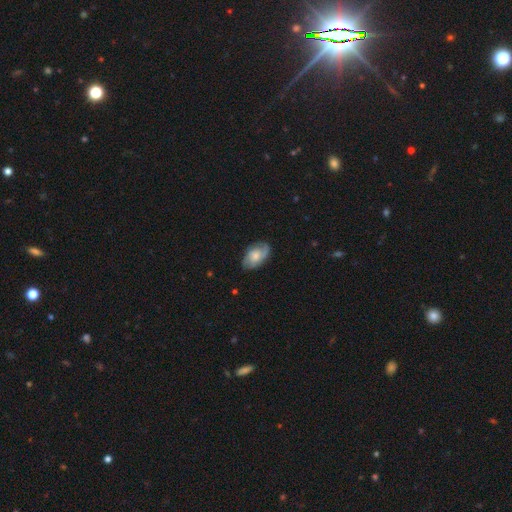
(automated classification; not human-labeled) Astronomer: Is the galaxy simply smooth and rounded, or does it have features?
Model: featured or disk — 53% (runner-up: smooth, 40%).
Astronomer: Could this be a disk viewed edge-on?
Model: no — 95%.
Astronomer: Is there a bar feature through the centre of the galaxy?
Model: no — 69%.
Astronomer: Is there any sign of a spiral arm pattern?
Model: yes — 86%.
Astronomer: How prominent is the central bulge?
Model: moderate — 48% (runner-up: small, 32%).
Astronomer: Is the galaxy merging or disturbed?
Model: none — 74%.